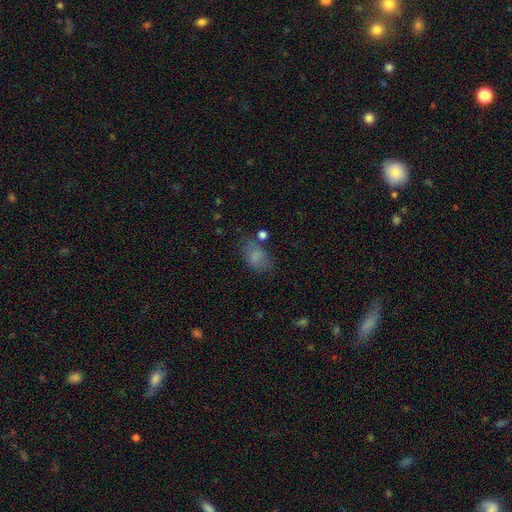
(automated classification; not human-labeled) Smooth or featured: smooth — 75% (featured or disk — 13%)
How rounded: in between — 83% (round — 15%)
Merging: none — 55% (minor disturbance — 24%)